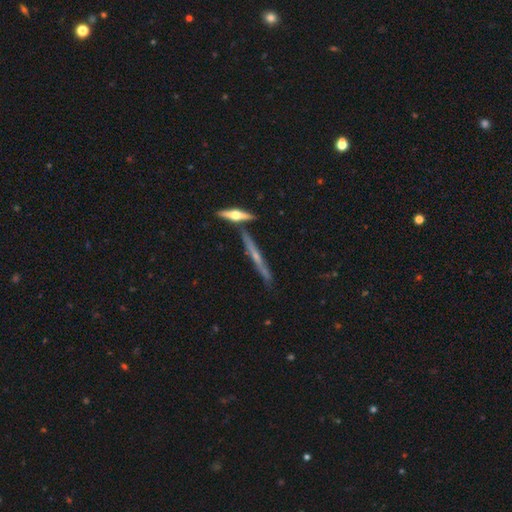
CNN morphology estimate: type=featured or disk (72%); edge-on=yes (96%); edge-on bulge=rounded (71%); merging=none (78%).